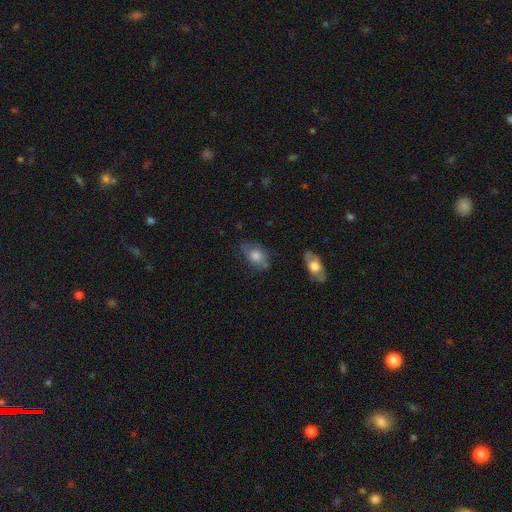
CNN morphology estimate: Smooth or featured: smooth — 65% (featured or disk — 27%)
How rounded: in between — 81% (round — 16%)
Merging: none — 63% (minor disturbance — 26%)